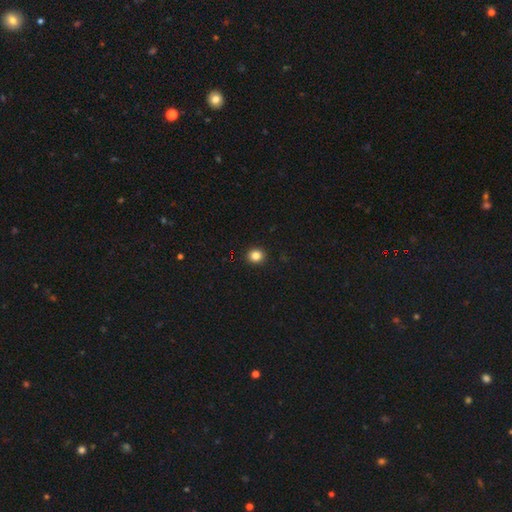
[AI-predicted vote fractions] Overall: smooth (84%). How rounded: round (89%). Merging: none (93%).